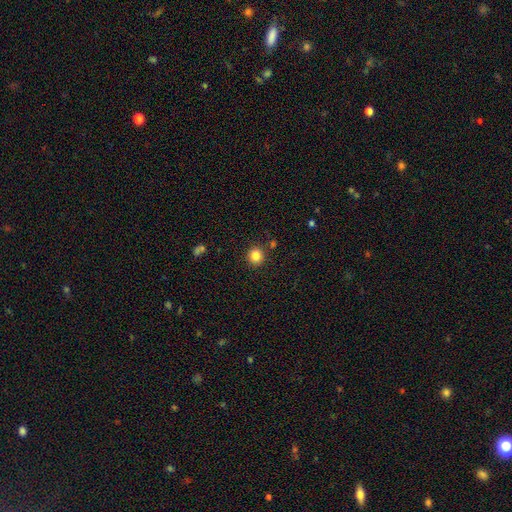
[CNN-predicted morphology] smooth_or_featured: smooth (p=0.84) [alt: star or artifact p=0.11]
how_rounded: round (p=0.90) [alt: in between p=0.09]
merging: none (p=0.87) [alt: minor disturbance p=0.07]